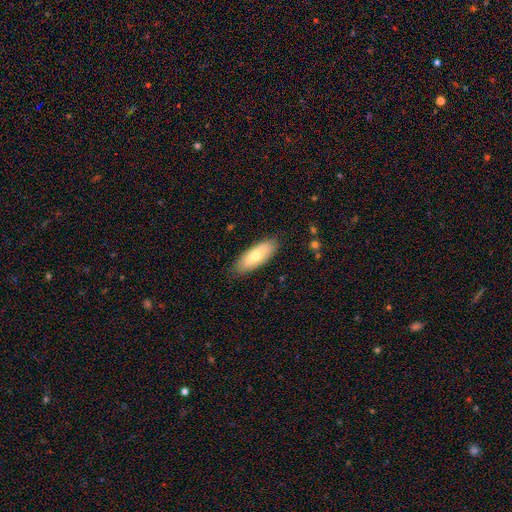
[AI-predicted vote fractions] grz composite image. It shows a smooth galaxy with no disk features (68%) that is in between round and cigar-shaped (76%). Merging: none (84%).